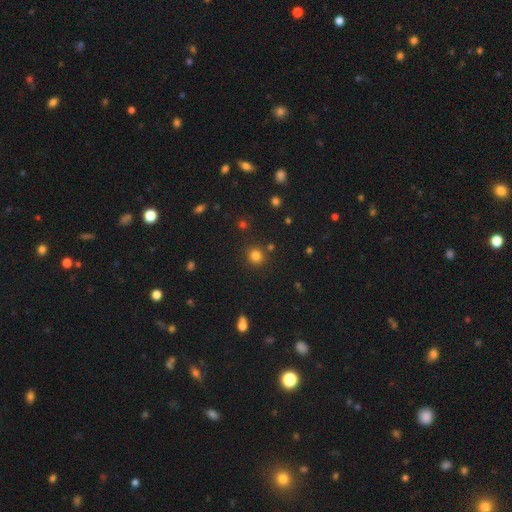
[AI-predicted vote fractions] The model was most divided on "smooth or featured": smooth: 81%, star or artifact: 15%, featured or disk: 5%. More confident: how rounded — round (91%); merging — none (86%).